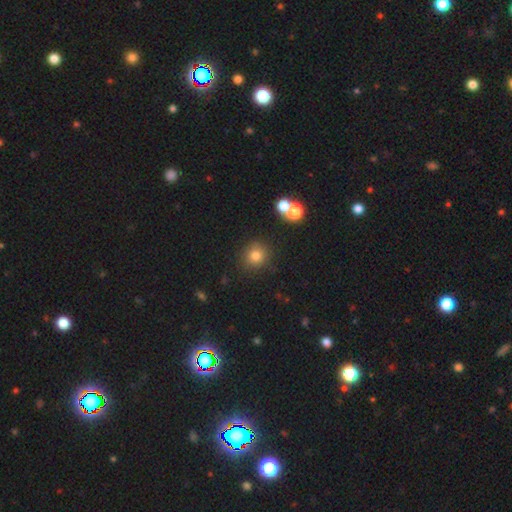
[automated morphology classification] Smooth or featured: smooth — 79% (star or artifact — 14%)
How rounded: round — 89% (in between — 11%)
Merging: none — 82% (minor disturbance — 8%)